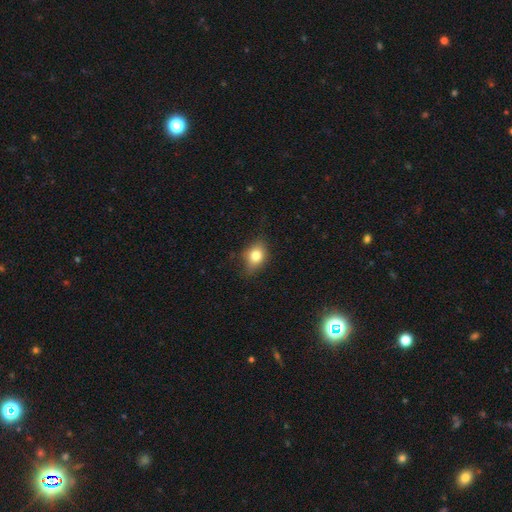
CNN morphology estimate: The model was most divided on "how rounded": in between: 60%, round: 38%, cigar-shaped: 2%. More confident: smooth or featured — smooth (76%); merging — none (67%).